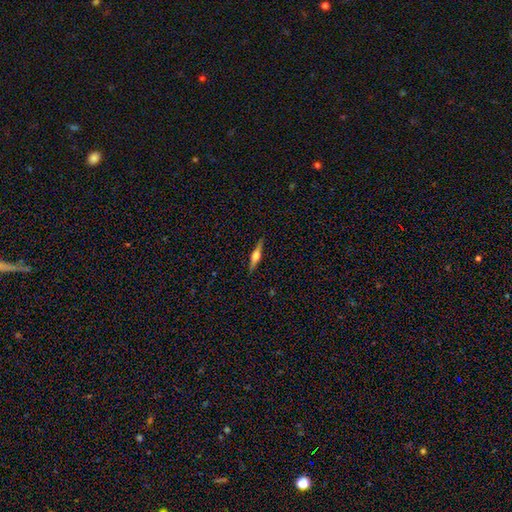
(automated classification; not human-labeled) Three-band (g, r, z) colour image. It shows a featured or disk galaxy (66%) viewed edge-on (97%) with a rounded central bulge (87%). Merging: none (89%).